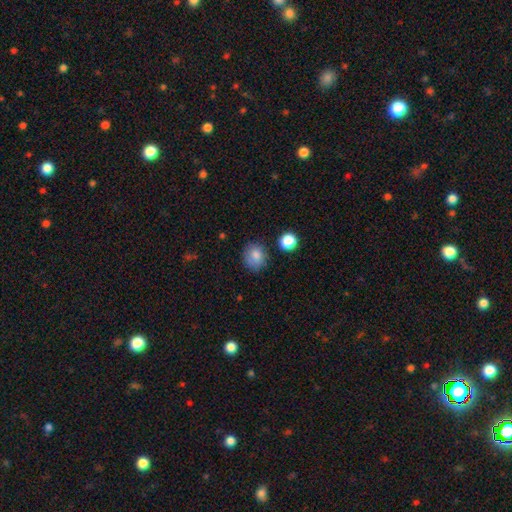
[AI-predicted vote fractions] Overall: smooth (83%). How rounded: round (72%). Merging: none (79%).